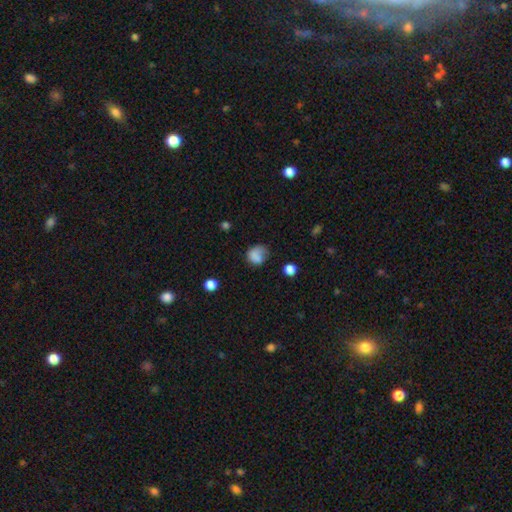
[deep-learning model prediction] A smooth galaxy with no disk features (78%) that is round (61%).

Vote fractions:
- Smooth or featured? smooth: 78% / star or artifact: 11% / featured or disk: 11%
- How rounded? round: 61% / in between: 38% / cigar-shaped: 1%
- Merging? none: 46% / minor disturbance: 31% / major disturbance: 18% / merger: 6%